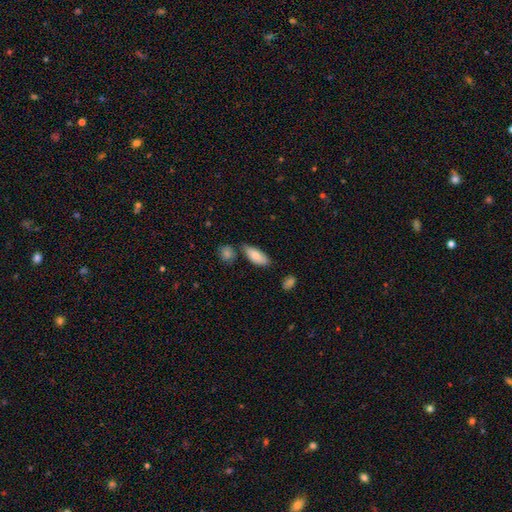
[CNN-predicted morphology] Smooth or featured? Predicted: smooth (p=0.83). How rounded? Predicted: in between (p=0.80). Merging? Predicted: none (p=0.67).